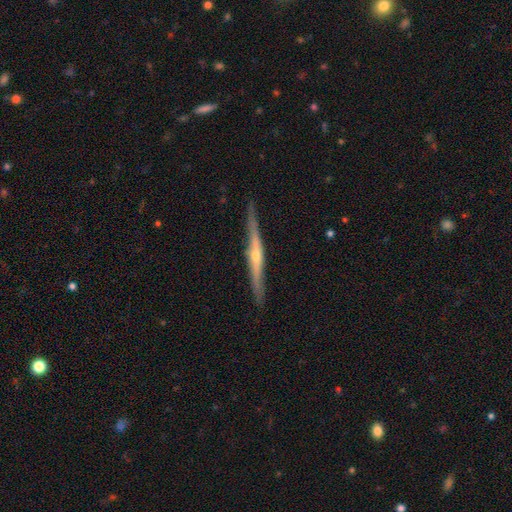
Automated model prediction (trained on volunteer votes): featured or disk 79%, smooth 16%, star or artifact 5%. Down the decision tree: edge-on disk — yes (98%); edge-on bulge — rounded (84%); merging — none (88%).